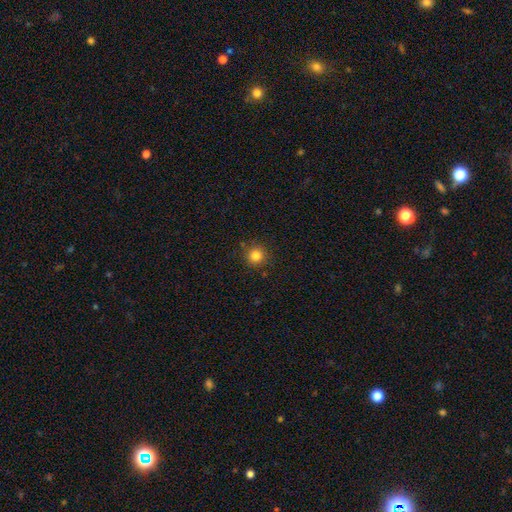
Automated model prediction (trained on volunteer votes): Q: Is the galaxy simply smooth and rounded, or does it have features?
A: smooth — 83%.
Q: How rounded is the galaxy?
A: round — 93%.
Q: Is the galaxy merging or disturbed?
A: none — 88%.